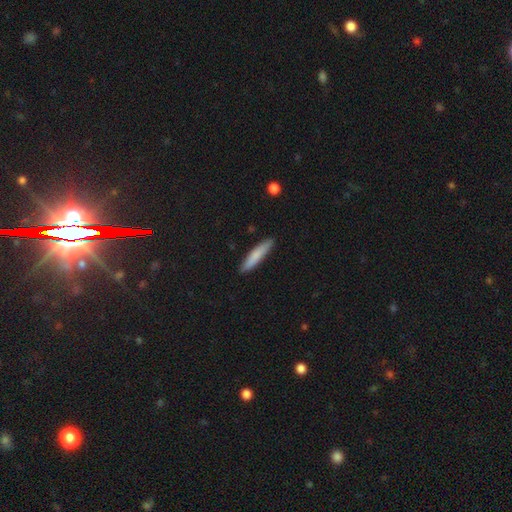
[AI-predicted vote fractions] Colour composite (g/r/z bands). It shows a smooth galaxy with no disk features (78%) that is cigar-shaped (88%). Merging: none (89%).